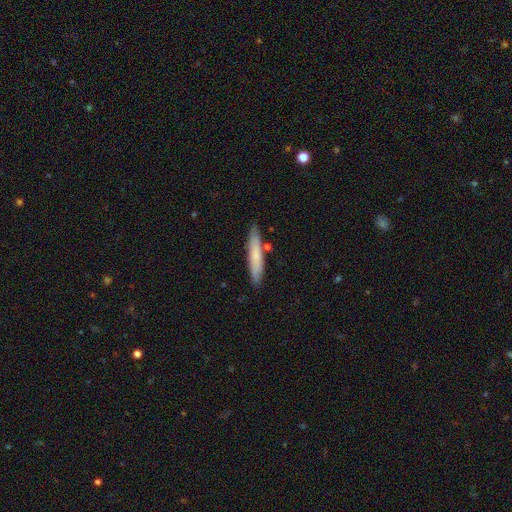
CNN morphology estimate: A smooth galaxy with no disk features (70%) that is cigar-shaped (90%).

Vote fractions:
- Smooth or featured? smooth: 70% / featured or disk: 24% / star or artifact: 6%
- How rounded? cigar-shaped: 90% / in between: 8% / round: 1%
- Merging? none: 84% / minor disturbance: 11% / merger: 4% / major disturbance: 2%